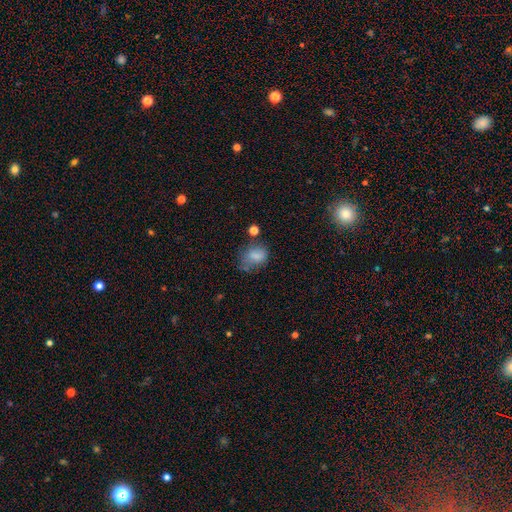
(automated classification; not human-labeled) smooth_or_featured: smooth (p=0.77) [alt: star or artifact p=0.12]
how_rounded: in between (p=0.61) [alt: round p=0.38]
merging: none (p=0.51) [alt: minor disturbance p=0.27]